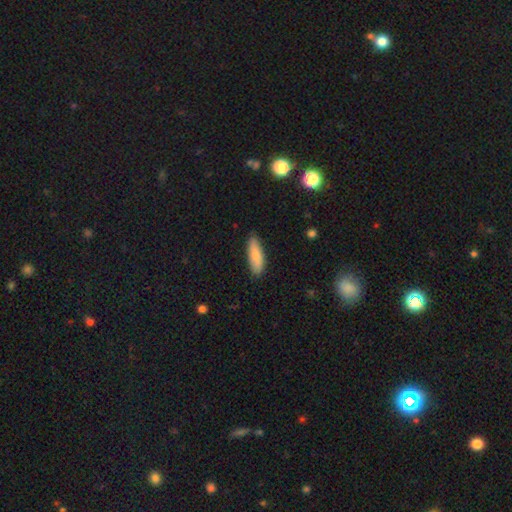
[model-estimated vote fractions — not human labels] The model was most divided on "how rounded": in between: 53%, cigar-shaped: 45%, round: 2%. More confident: merging — none (86%); smooth or featured — smooth (79%).